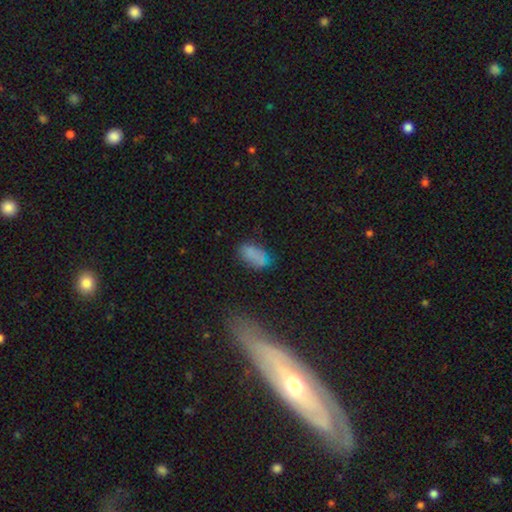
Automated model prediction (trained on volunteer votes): Overall: smooth (76%). How rounded: in between (91%). Merging: none (62%; minor disturbance 23%).